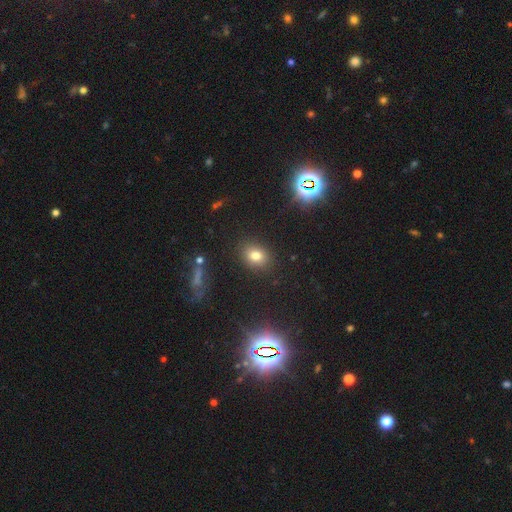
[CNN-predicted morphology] Smooth or featured?
  - smooth: 74% *
  - star or artifact: 16%
  - featured or disk: 9%
How rounded?
  - in between: 51% *
  - round: 47%
  - cigar-shaped: 1%
Merging?
  - none: 86% *
  - minor disturbance: 9%
  - major disturbance: 3%
  - merger: 2%